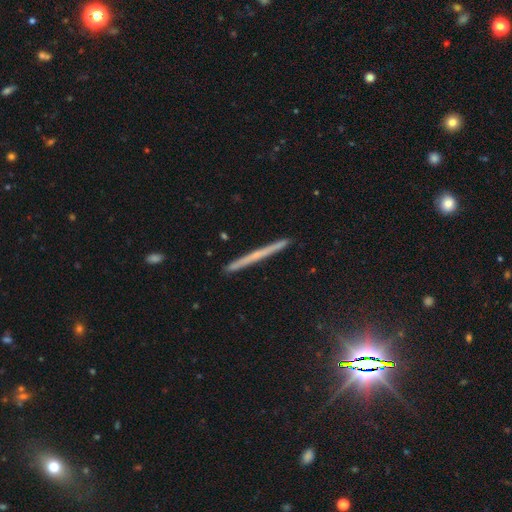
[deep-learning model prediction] This appears to be a featured or disk galaxy (53%) viewed edge-on (98%) with no central bulge (82%). Merging: none (92%).